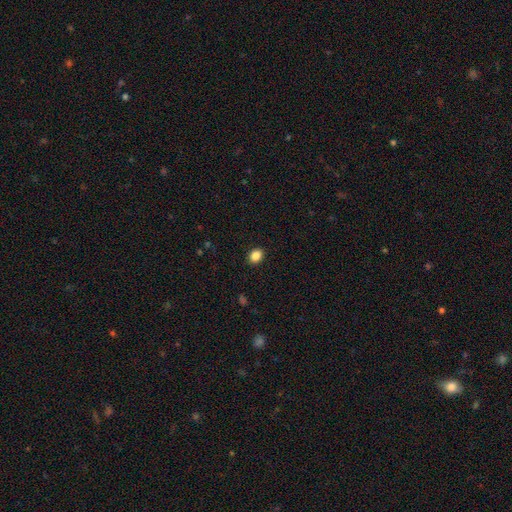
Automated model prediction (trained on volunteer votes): Smooth or featured? smooth (87%)
How rounded? in between (61%)
Merging? none (91%)